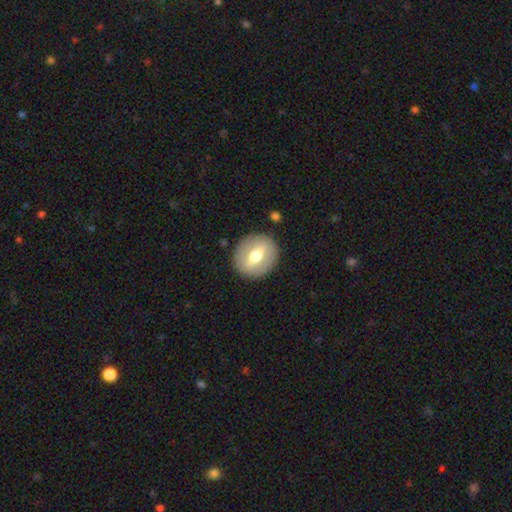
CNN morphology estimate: The model was most divided on "smooth or featured": featured or disk: 50%, smooth: 43%, star or artifact: 6%. More confident: merging — none (88%); edge-on disk — no (80%).